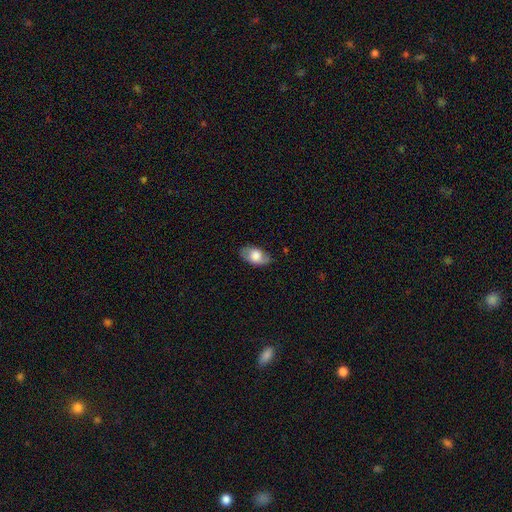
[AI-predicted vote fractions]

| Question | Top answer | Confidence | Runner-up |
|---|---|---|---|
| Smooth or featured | smooth | 69% | featured or disk (24%) |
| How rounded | in between | 91% | round (7%) |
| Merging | none | 77% | minor disturbance (18%) |